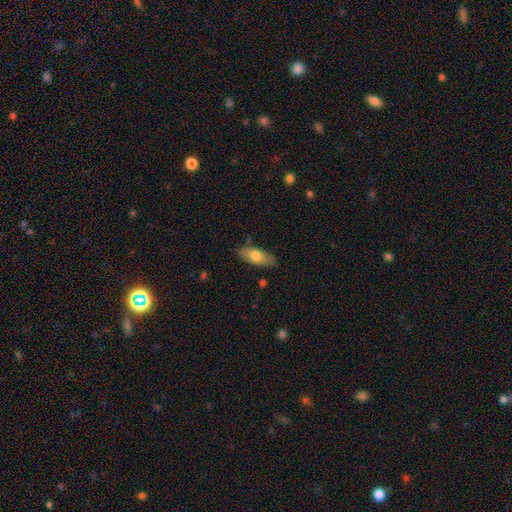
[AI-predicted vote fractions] This is likely a smooth galaxy (72%). How rounded: likely in between (80%). Merging: clearly none (82%).